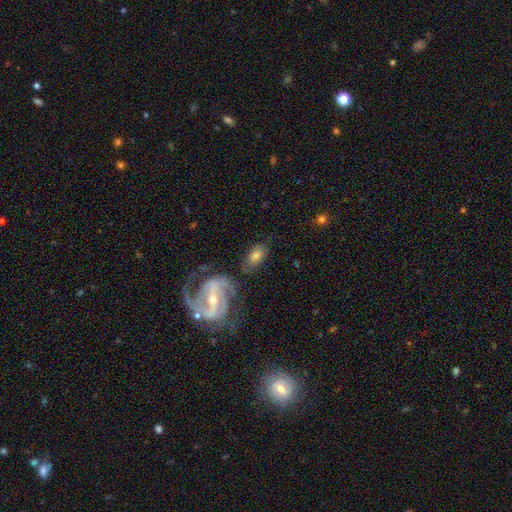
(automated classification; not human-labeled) The model was most divided on "smooth or featured": featured or disk: 53%, smooth: 38%, star or artifact: 9%. More confident: edge-on disk — no (92%); merging — none (66%).